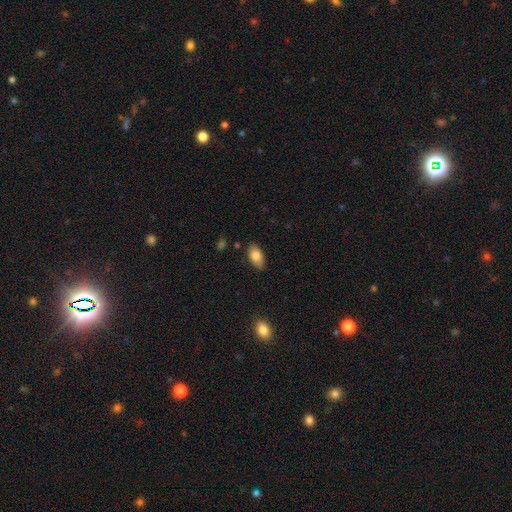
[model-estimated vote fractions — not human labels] This appears to be a smooth galaxy with no disk features (80%) that is in between round and cigar-shaped (93%). Merging: none (85%).